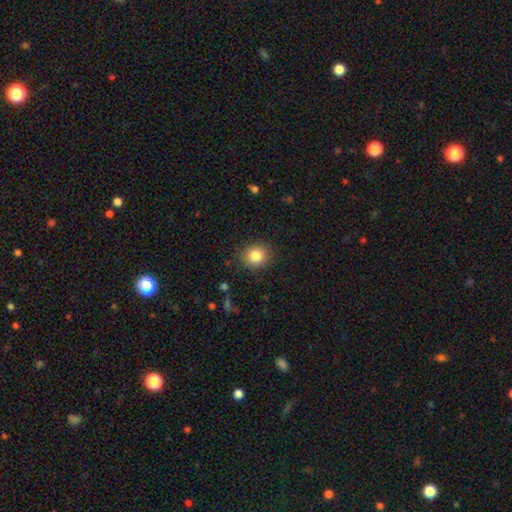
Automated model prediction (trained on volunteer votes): This is clearly a smooth galaxy (84%). How rounded: likely round (79%). Merging: clearly none (88%).